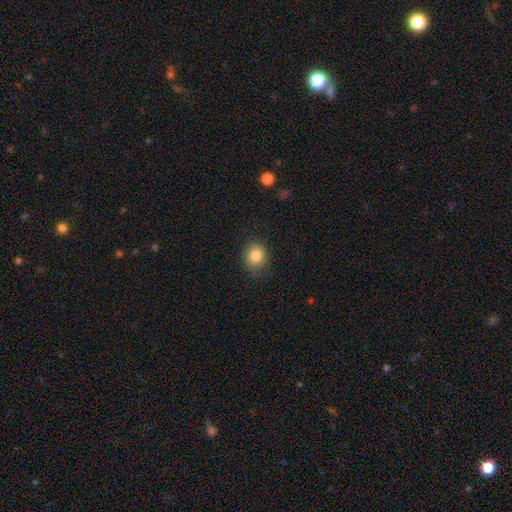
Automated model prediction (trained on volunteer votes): A smooth galaxy with no disk features (83%) that is round (79%). Merging: none (82%).